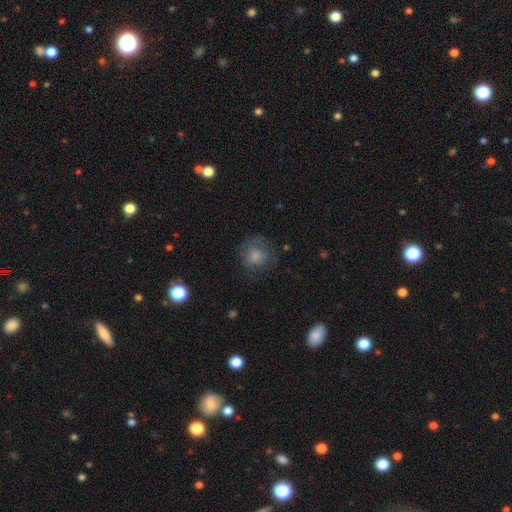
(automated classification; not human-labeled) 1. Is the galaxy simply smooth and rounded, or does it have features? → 74% smooth, 16% featured or disk, 10% star or artifact.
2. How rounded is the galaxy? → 85% round, 14% in between, 1% cigar-shaped.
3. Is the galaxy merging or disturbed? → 63% none, 21% minor disturbance, 15% major disturbance, 1% merger.